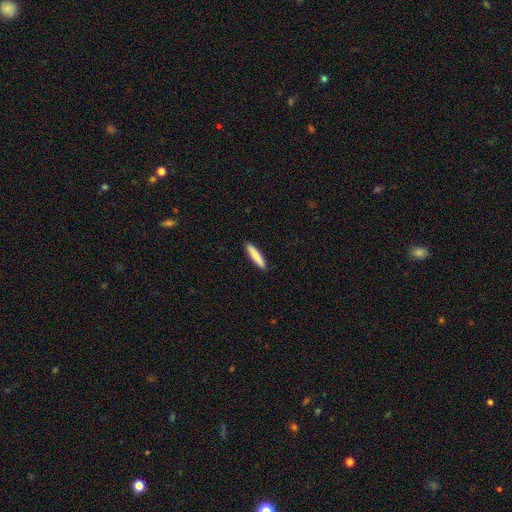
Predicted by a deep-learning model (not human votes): This appears to be a smooth galaxy with no disk features (86%) that is cigar-shaped (89%). Merging: none (92%).